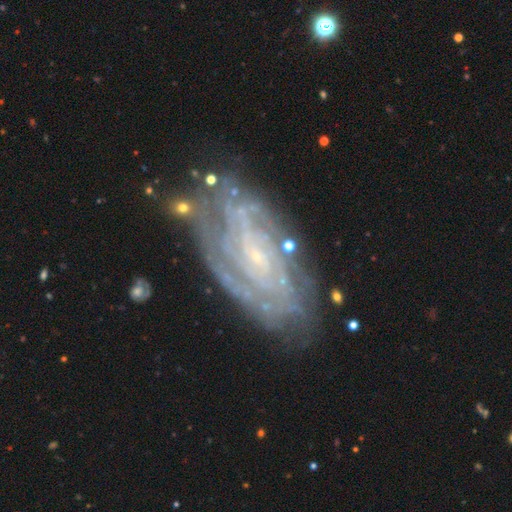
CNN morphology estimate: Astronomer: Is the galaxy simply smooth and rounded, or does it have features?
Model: featured or disk — 86%.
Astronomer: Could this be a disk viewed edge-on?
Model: no — 95%.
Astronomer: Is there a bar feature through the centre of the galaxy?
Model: no — 54% (runner-up: weak, 34%).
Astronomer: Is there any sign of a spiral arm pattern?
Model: yes — 95%.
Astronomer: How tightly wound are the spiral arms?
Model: tight — 73%.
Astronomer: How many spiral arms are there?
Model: can't tell — 36% (runner-up: 2, 19%).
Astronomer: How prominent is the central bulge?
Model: small — 80%.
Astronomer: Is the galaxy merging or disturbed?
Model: none — 71%.